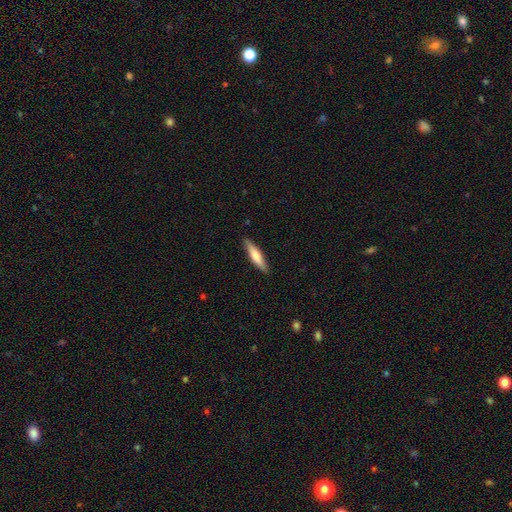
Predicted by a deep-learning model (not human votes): Smooth or featured?
  - smooth: 62% *
  - featured or disk: 33%
  - star or artifact: 5%
How rounded?
  - cigar-shaped: 85% *
  - in between: 14%
  - round: 1%
Merging?
  - none: 89% *
  - minor disturbance: 8%
  - major disturbance: 2%
  - merger: 1%